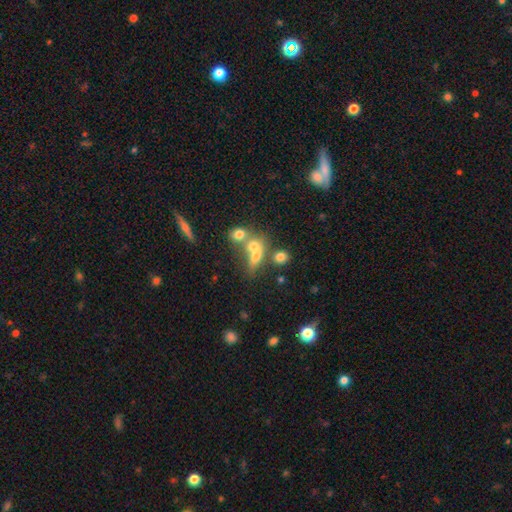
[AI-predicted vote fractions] Overall: smooth (62%). How rounded: in between (50%; round 42%). Merging: merger (57%; none 27%).